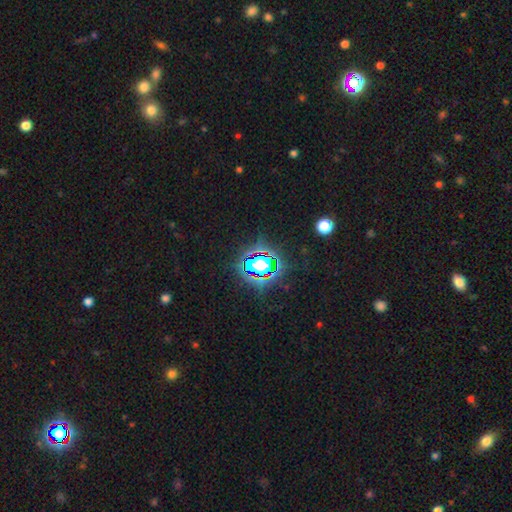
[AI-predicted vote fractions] Q: Smooth or featured?
A: star or artifact (79%); runner-up: smooth (13%)